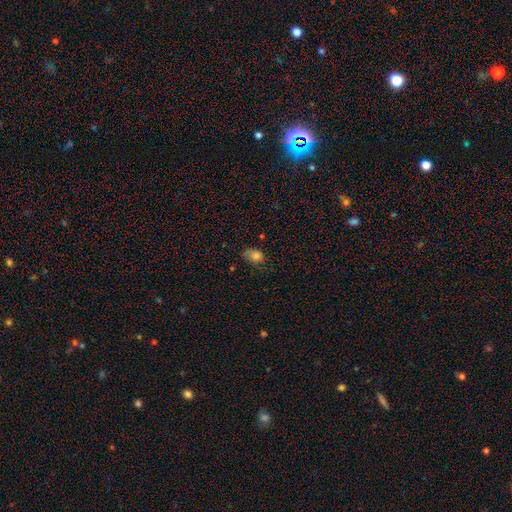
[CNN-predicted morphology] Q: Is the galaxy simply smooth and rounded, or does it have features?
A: smooth — 80%.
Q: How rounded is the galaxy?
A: in between — 66%.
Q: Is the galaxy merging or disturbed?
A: none — 49%.